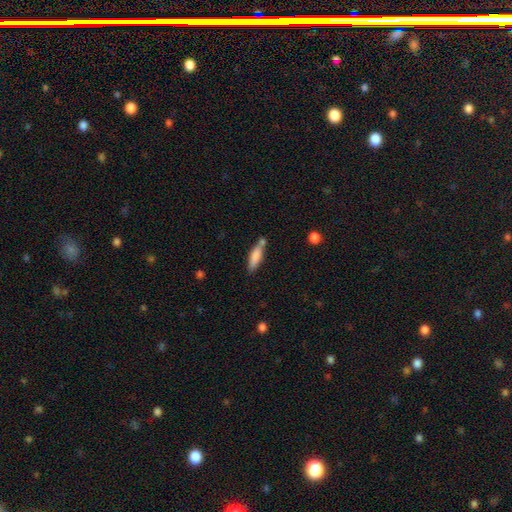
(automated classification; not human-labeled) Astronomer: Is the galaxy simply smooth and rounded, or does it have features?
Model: smooth — 78%.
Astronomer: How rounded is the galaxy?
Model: cigar-shaped — 65%.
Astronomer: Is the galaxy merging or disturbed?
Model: none — 59%.